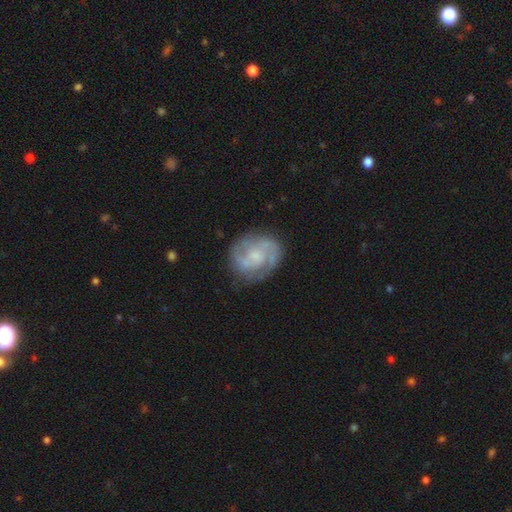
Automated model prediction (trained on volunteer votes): Smooth or featured? Predicted: featured or disk (p=0.79). Edge-on disk? Predicted: no (p=0.98). Bar? Predicted: no (p=0.54). Spiral arms? Predicted: yes (p=0.93). Spiral winding? Predicted: medium (p=0.46). Spiral arm count? Predicted: 2 (p=0.69). Bulge size? Predicted: small (p=0.42). Merging? Predicted: none (p=0.77).